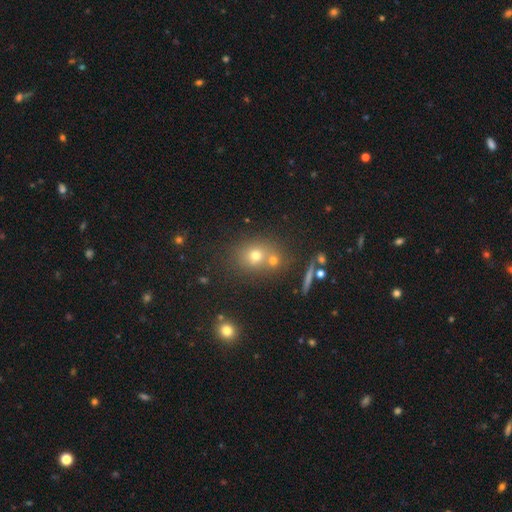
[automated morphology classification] Q: Smooth or featured?
A: smooth (64%); runner-up: star or artifact (21%)
Q: How rounded?
A: round (74%); runner-up: in between (24%)
Q: Merging?
A: none (55%); runner-up: merger (33%)